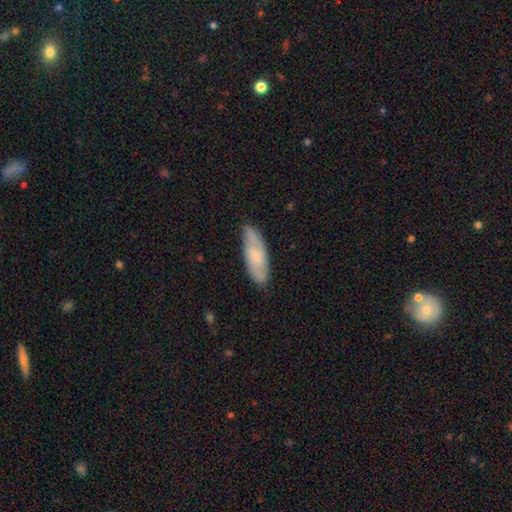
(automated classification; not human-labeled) smooth 57%, featured or disk 36%, star or artifact 6%. Down the decision tree: how rounded — in between (64%); merging — none (78%).